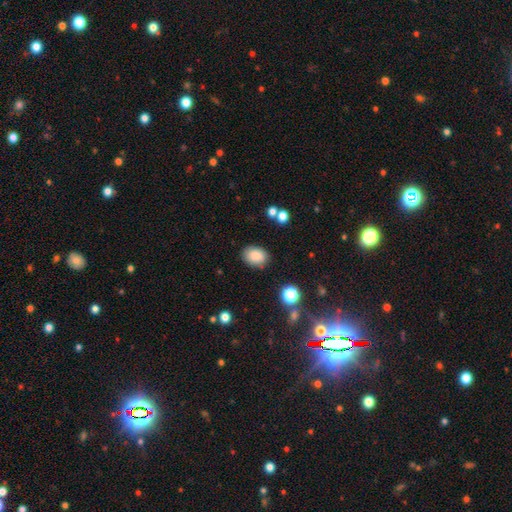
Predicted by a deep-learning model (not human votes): A smooth galaxy with no disk features (85%) that is in between round and cigar-shaped (71%). Merging: none (82%).